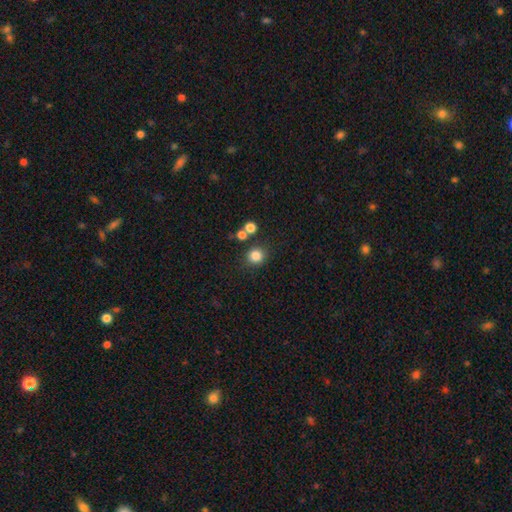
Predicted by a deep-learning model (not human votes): Q: Smooth or featured?
A: smooth (83%); runner-up: star or artifact (12%)
Q: How rounded?
A: round (88%); runner-up: in between (11%)
Q: Merging?
A: none (79%); runner-up: merger (9%)